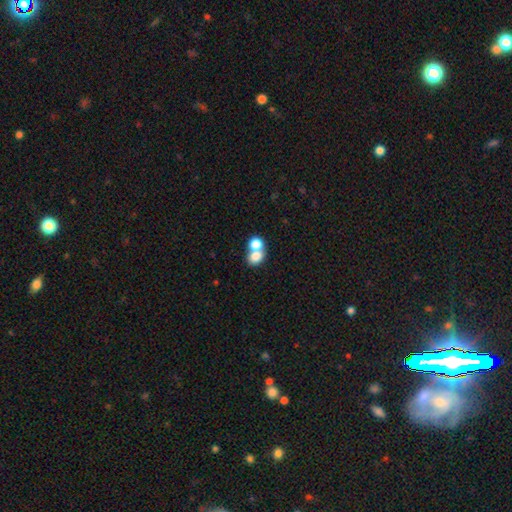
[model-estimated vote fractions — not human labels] A smooth galaxy with no disk features (78%) that is round (53%). Merging: merger (58%).